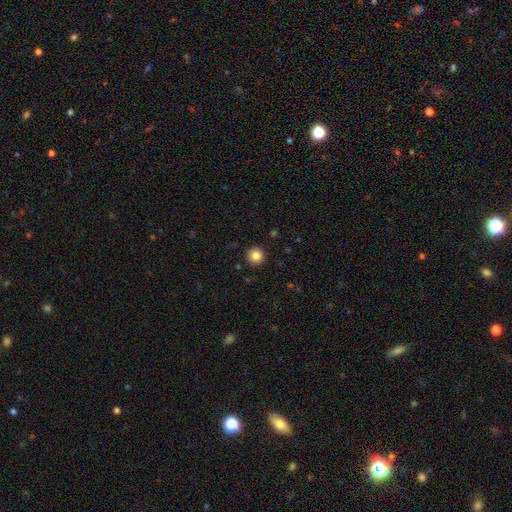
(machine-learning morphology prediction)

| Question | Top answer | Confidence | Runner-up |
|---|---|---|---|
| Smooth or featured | smooth | 84% | star or artifact (11%) |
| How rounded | round | 96% | in between (4%) |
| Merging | none | 93% | minor disturbance (5%) |